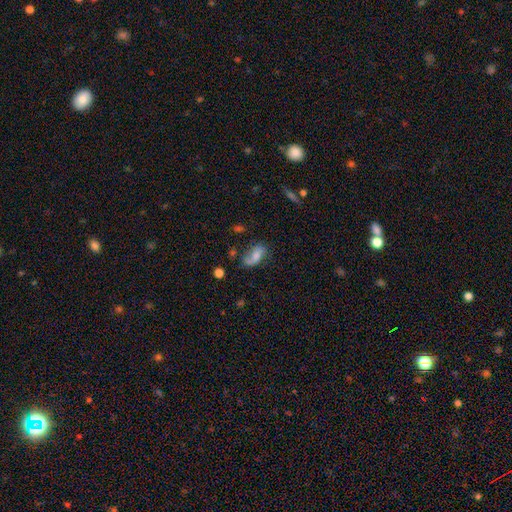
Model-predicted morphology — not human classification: Smooth or featured: smooth — 56% (featured or disk — 33%)
How rounded: in between — 87% (round — 7%)
Merging: none — 45% (minor disturbance — 27%)